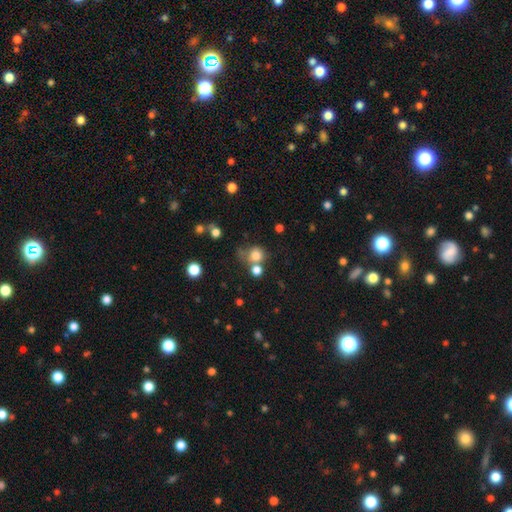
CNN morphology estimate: The model was most divided on "merging": none: 50%, merger: 26%, minor disturbance: 15%, major disturbance: 9%. More confident: how rounded — round (83%); smooth or featured — smooth (78%).